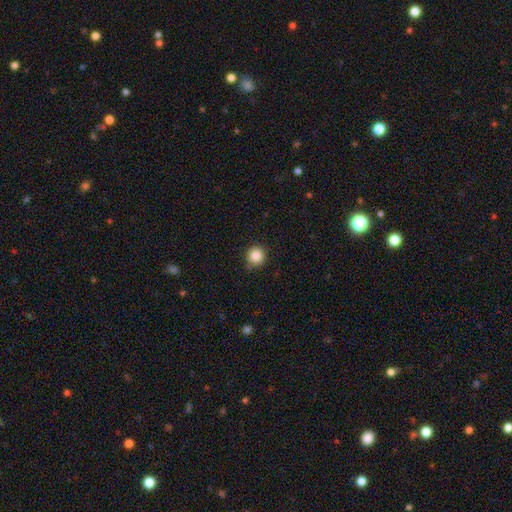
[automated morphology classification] This appears to be a smooth galaxy with no disk features (86%) that is round (93%). Merging: none (84%).